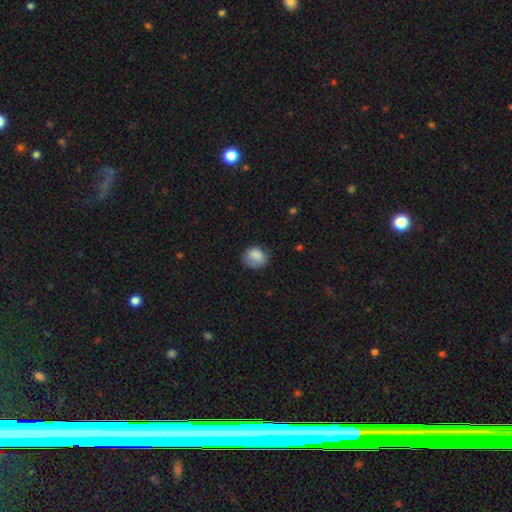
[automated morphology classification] The model was most divided on "how rounded": round: 65%, in between: 34%, cigar-shaped: 1%. More confident: smooth or featured — smooth (83%); merging — none (64%).